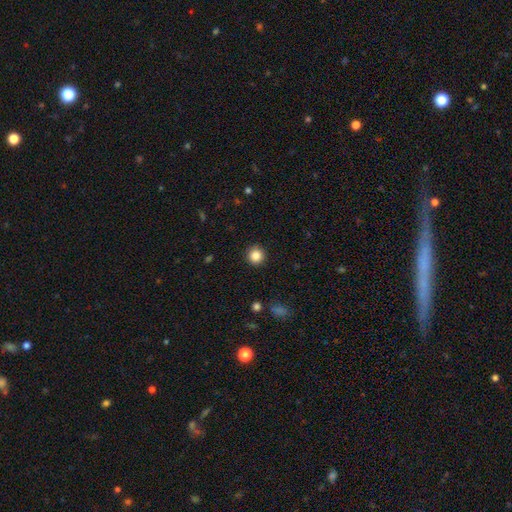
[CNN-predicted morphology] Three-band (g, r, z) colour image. It shows a smooth galaxy with no disk features (85%) that is round (94%). Merging: none (92%).